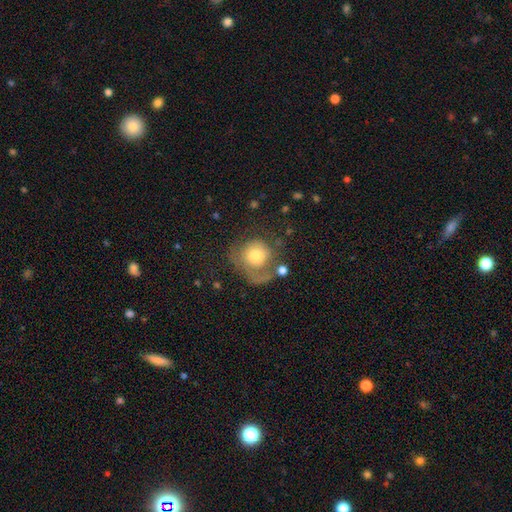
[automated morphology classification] Smooth or featured: smooth — 57% (featured or disk — 35%)
How rounded: round — 81% (in between — 18%)
Merging: major disturbance — 38% (none — 35%)